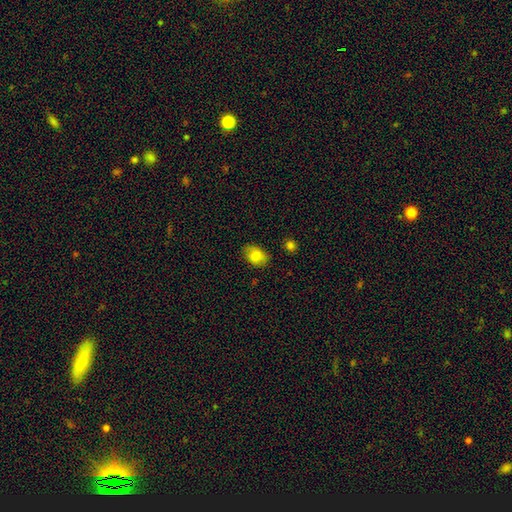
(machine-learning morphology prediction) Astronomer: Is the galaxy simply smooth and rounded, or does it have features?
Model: smooth — 82%.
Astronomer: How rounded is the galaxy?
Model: in between — 74%.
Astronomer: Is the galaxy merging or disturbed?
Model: none — 79%.